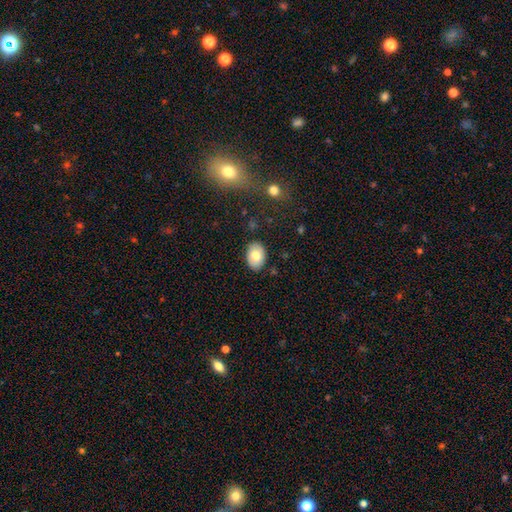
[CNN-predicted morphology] A smooth galaxy with no disk features (78%) that is in between round and cigar-shaped (84%).

Vote fractions:
- Smooth or featured? smooth: 78% / featured or disk: 15% / star or artifact: 7%
- How rounded? in between: 84% / round: 15% / cigar-shaped: 1%
- Merging? none: 86% / minor disturbance: 11% / major disturbance: 2% / merger: 1%